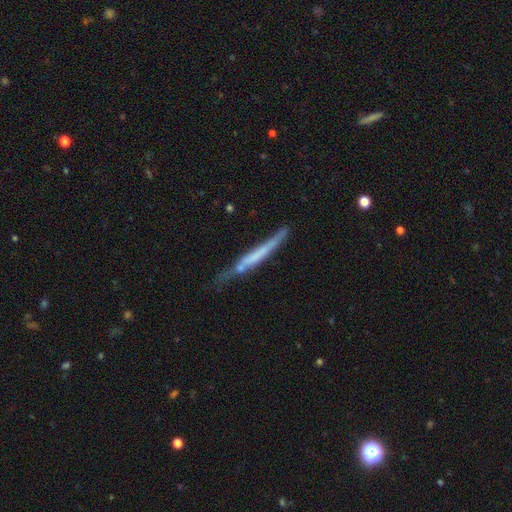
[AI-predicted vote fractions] This is possibly a featured or disk galaxy (53%). It is clearly viewed edge-on (90%). Merging: possibly none (59%).